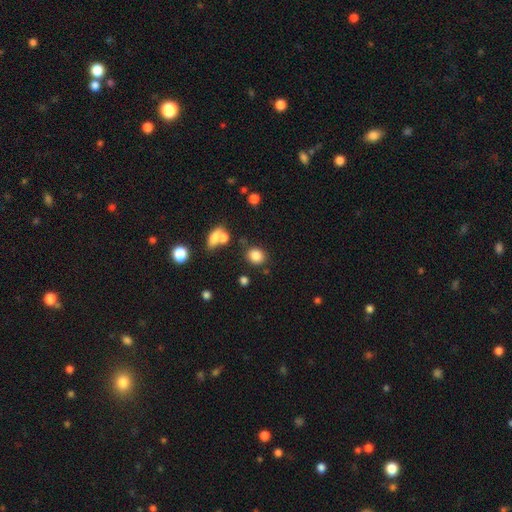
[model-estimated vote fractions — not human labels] Smooth or featured? Predicted: smooth (p=0.83). How rounded? Predicted: round (p=0.71). Merging? Predicted: none (p=0.78).